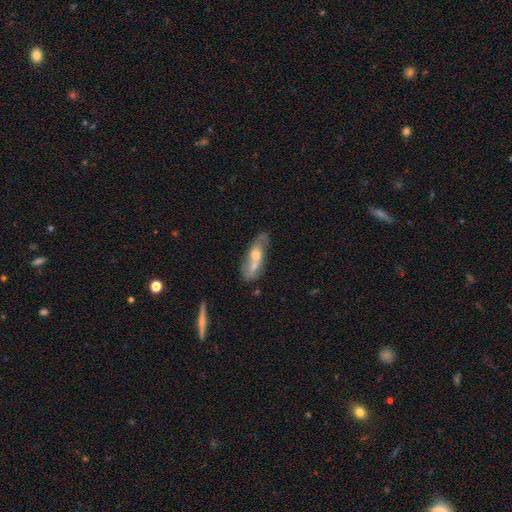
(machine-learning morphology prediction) Smooth or featured? featured or disk (55%)
Edge-on disk? no (71%)
Merging? none (39%)